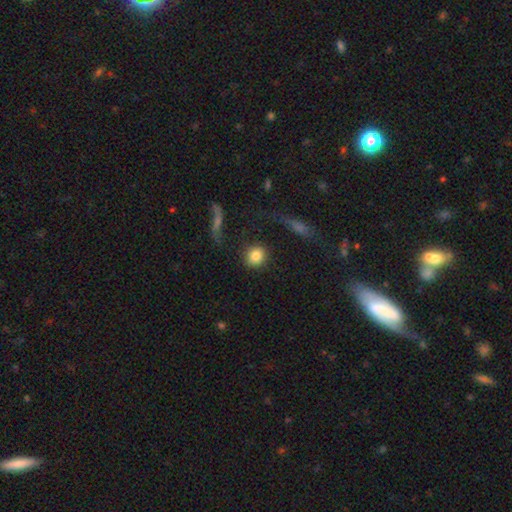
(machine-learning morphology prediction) A smooth galaxy with no disk features (85%) that is round (87%).

Vote fractions:
- Smooth or featured? smooth: 85% / star or artifact: 8% / featured or disk: 7%
- How rounded? round: 87% / in between: 11% / cigar-shaped: 2%
- Merging? none: 81% / minor disturbance: 9% / major disturbance: 5% / merger: 5%